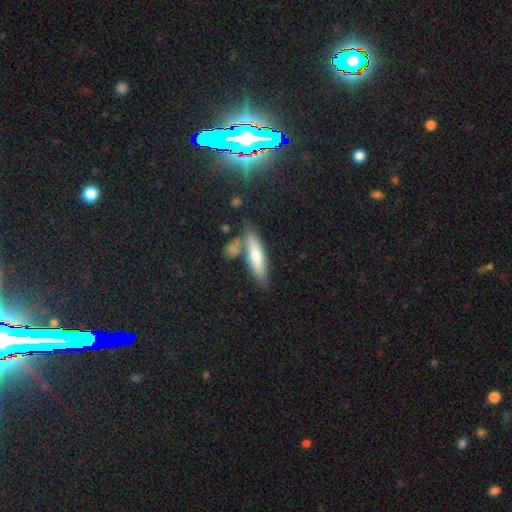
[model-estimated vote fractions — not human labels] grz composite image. It shows a smooth galaxy with no disk features (70%) that is cigar-shaped (71%). Merging: none (68%).